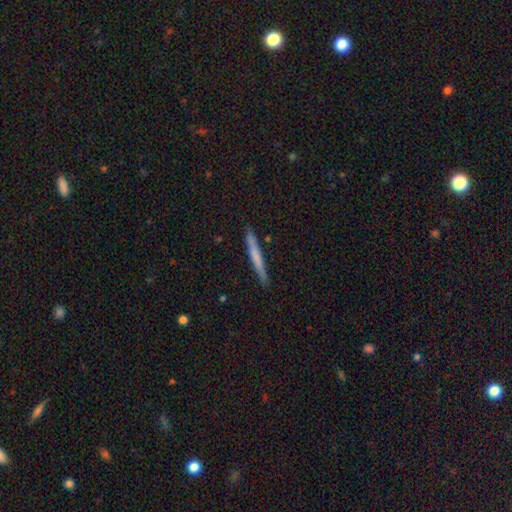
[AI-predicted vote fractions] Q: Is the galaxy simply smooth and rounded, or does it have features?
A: smooth — 61%.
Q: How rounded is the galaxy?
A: cigar-shaped — 97%.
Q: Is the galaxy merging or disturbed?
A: none — 89%.